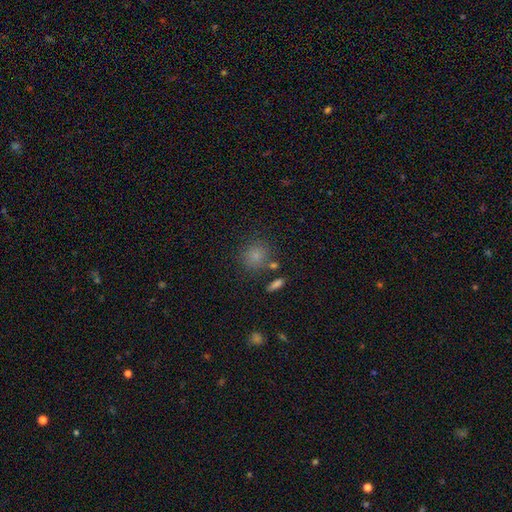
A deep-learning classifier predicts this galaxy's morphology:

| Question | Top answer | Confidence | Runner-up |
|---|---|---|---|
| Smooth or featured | smooth | 79% | star or artifact (13%) |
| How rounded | round | 82% | in between (17%) |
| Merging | none | 75% | minor disturbance (12%) |